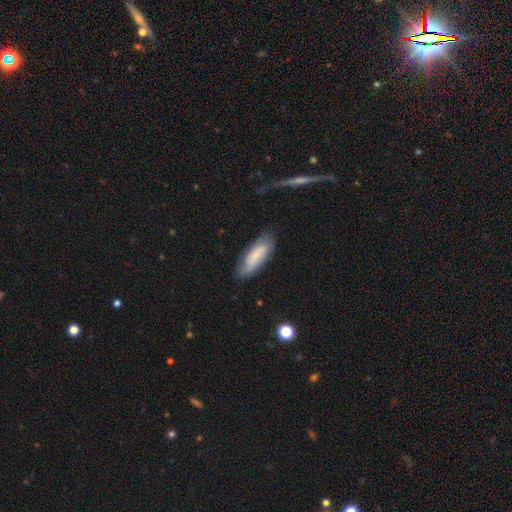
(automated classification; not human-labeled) Smooth or featured? smooth (70%)
How rounded? in between (58%)
Merging? none (73%)